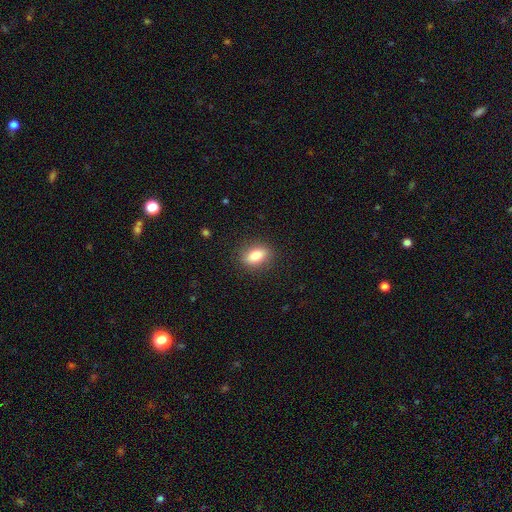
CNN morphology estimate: smooth-or-featured: smooth: 81% | featured or disk: 11% | star or artifact: 8%
  how-rounded: in between: 79% | round: 15% | cigar-shaped: 6%
  merging: none: 87% | minor disturbance: 9% | major disturbance: 3% | merger: 1%